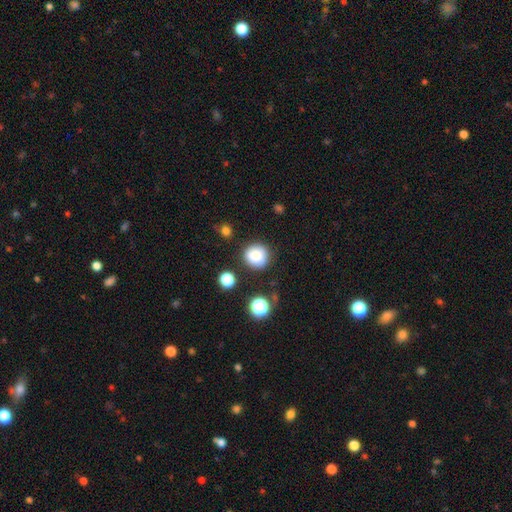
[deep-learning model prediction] Overall: smooth (83%). How rounded: round (89%). Merging: none (82%).